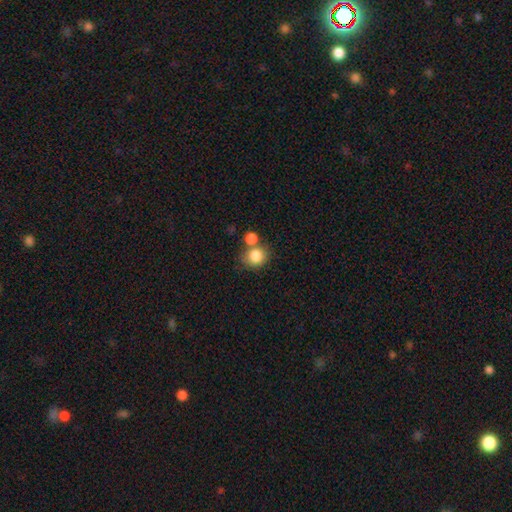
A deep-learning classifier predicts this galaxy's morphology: smooth 84%, star or artifact 9%, featured or disk 7%. Down the decision tree: how rounded — round (79%); merging — none (50%).